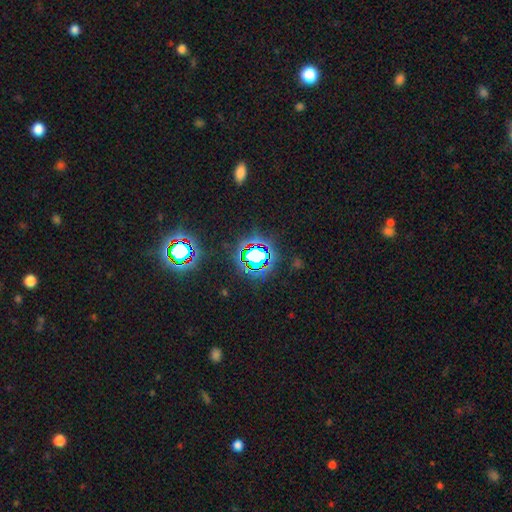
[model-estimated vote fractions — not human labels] This appears to be a star or artifact, not a galaxy (72%).